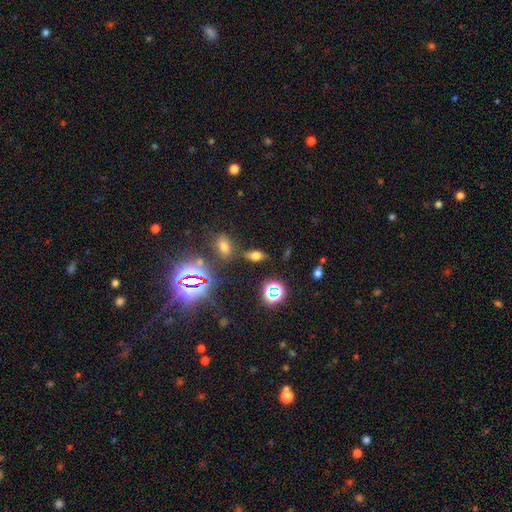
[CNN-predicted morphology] Overall: smooth (54%; star or artifact 28%). How rounded: in between (77%). Merging: none (77%).